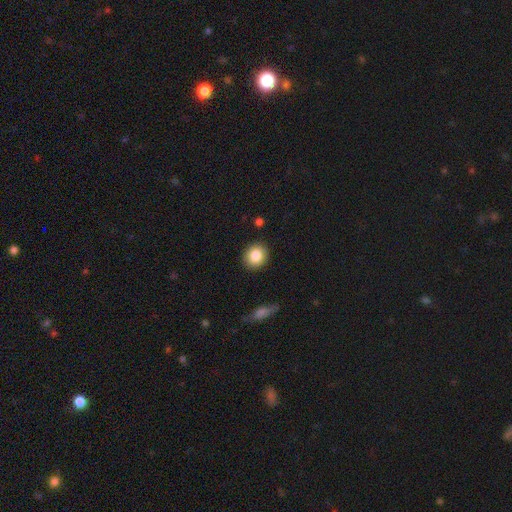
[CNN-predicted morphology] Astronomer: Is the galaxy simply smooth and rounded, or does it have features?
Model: smooth — 85%.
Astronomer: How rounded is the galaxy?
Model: round — 79%.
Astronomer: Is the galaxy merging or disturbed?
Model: none — 90%.